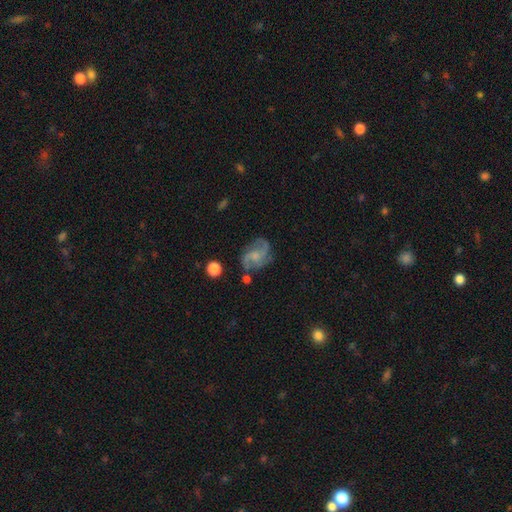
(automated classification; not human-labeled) Smooth or featured: featured or disk — 77% (smooth — 15%)
Edge-on disk: no — 98% (yes — 2%)
Bar: no — 59% (weak — 36%)
Spiral arms: yes — 94% (no — 6%)
Spiral winding: medium — 48% (loose — 36%)
Spiral arm count: 2 — 57% (3 — 23%)
Bulge size: small — 40% (moderate — 32%)
Merging: none — 66% (minor disturbance — 19%)